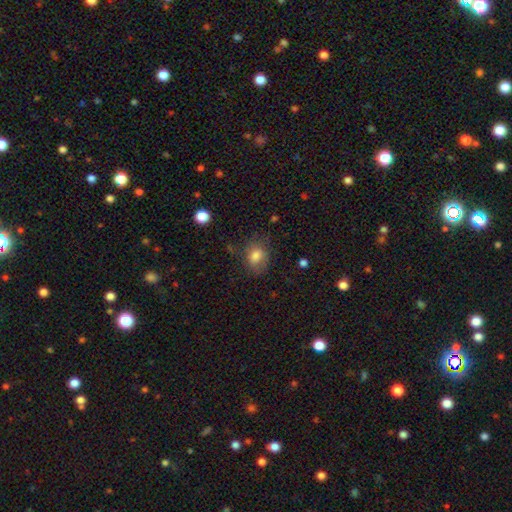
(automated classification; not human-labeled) Q: Smooth or featured?
A: smooth (78%); runner-up: featured or disk (13%)
Q: How rounded?
A: in between (61%); runner-up: round (38%)
Q: Merging?
A: none (62%); runner-up: minor disturbance (25%)